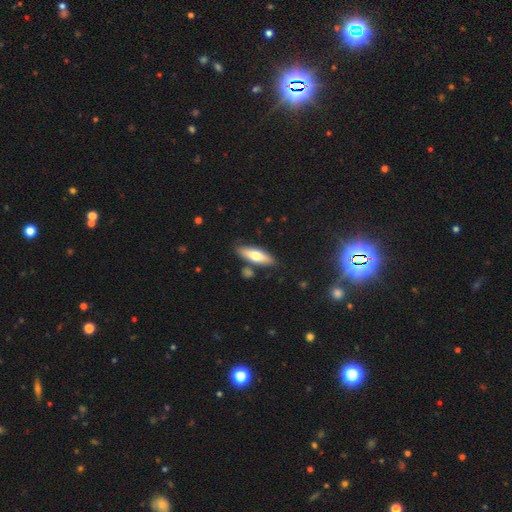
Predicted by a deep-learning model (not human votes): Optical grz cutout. It shows a smooth galaxy with no disk features (63%) that is in between round and cigar-shaped (50%). Merging: none (80%).